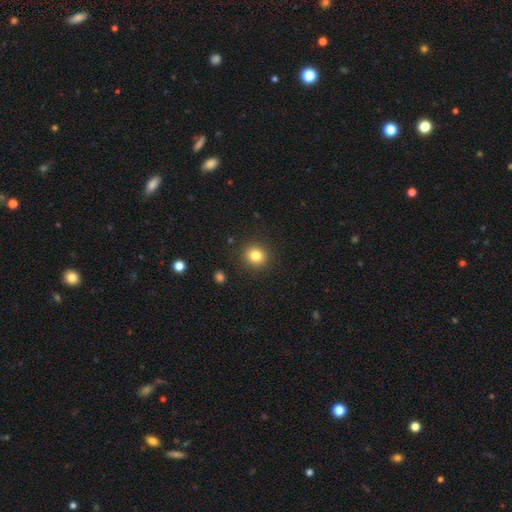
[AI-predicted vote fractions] Q: Smooth or featured?
A: smooth (82%); runner-up: star or artifact (11%)
Q: How rounded?
A: round (87%); runner-up: in between (12%)
Q: Merging?
A: none (89%); runner-up: minor disturbance (7%)